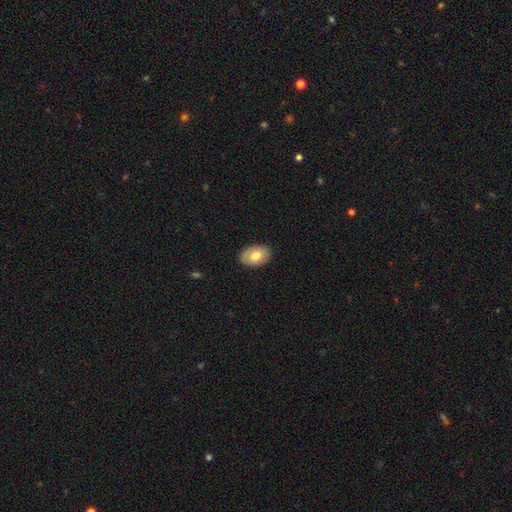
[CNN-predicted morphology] Smooth or featured? smooth (70%)
How rounded? in between (86%)
Merging? none (87%)